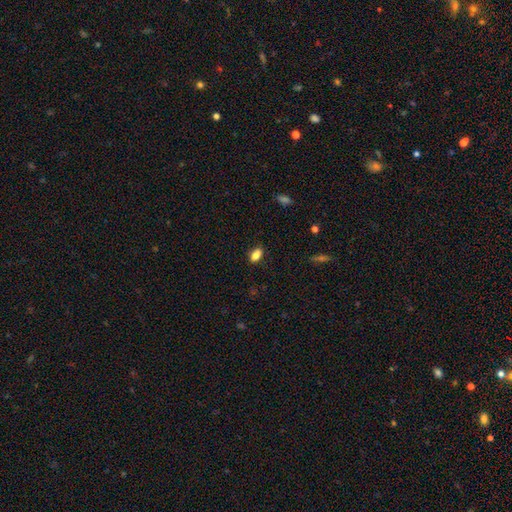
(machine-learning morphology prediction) Smooth or featured?
  - smooth: 79% *
  - star or artifact: 11%
  - featured or disk: 10%
How rounded?
  - in between: 86% *
  - round: 9%
  - cigar-shaped: 5%
Merging?
  - none: 79% *
  - minor disturbance: 13%
  - merger: 5%
  - major disturbance: 3%